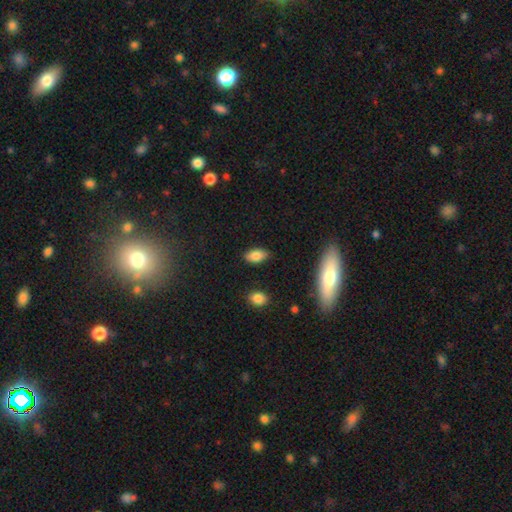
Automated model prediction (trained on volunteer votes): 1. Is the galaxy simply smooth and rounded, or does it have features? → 85% smooth, 8% star or artifact, 7% featured or disk.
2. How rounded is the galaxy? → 92% in between, 4% round, 4% cigar-shaped.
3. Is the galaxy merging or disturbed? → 85% none, 11% minor disturbance, 3% major disturbance, 2% merger.